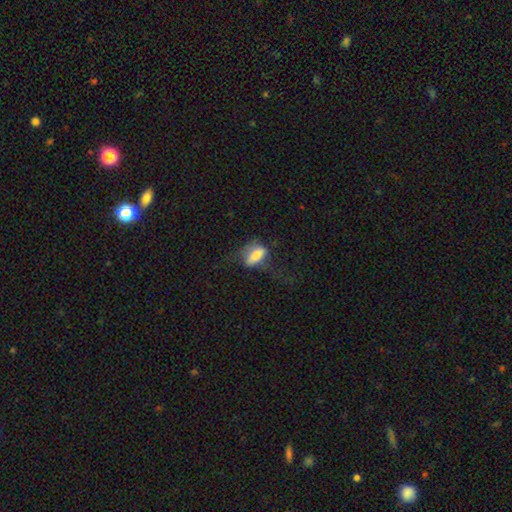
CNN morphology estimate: smooth 63%, featured or disk 29%, star or artifact 8%. Down the decision tree: how rounded — in between (82%); merging — none (40%).